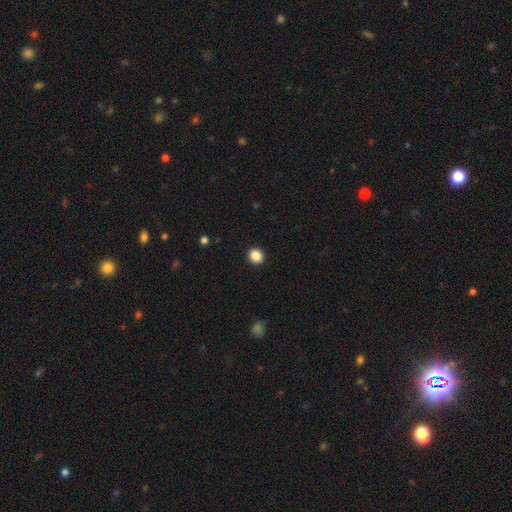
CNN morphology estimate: A smooth galaxy with no disk features (87%) that is round (87%).

Vote fractions:
- Smooth or featured? smooth: 87% / star or artifact: 10% / featured or disk: 3%
- How rounded? round: 87% / in between: 12% / cigar-shaped: 1%
- Merging? none: 93% / minor disturbance: 5% / major disturbance: 2% / merger: 1%